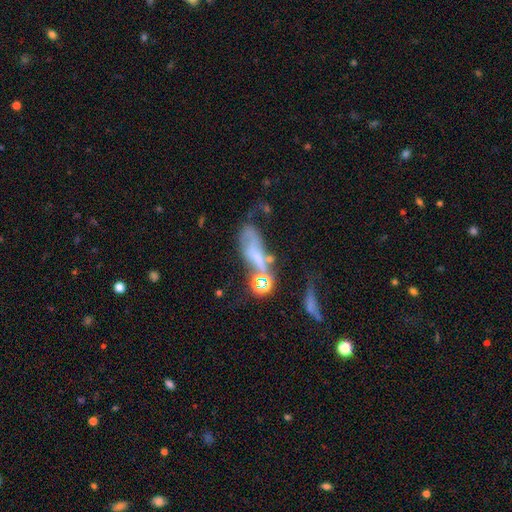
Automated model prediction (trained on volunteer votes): Overall: featured or disk (44%; smooth 37%). Merging: major disturbance (31%; merger 29%).